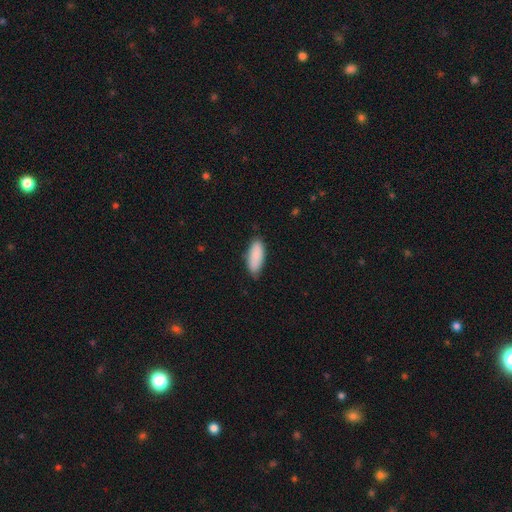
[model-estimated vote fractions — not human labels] Q: Smooth or featured?
A: smooth (89%); runner-up: star or artifact (6%)
Q: How rounded?
A: in between (79%); runner-up: cigar-shaped (20%)
Q: Merging?
A: none (78%); runner-up: minor disturbance (18%)